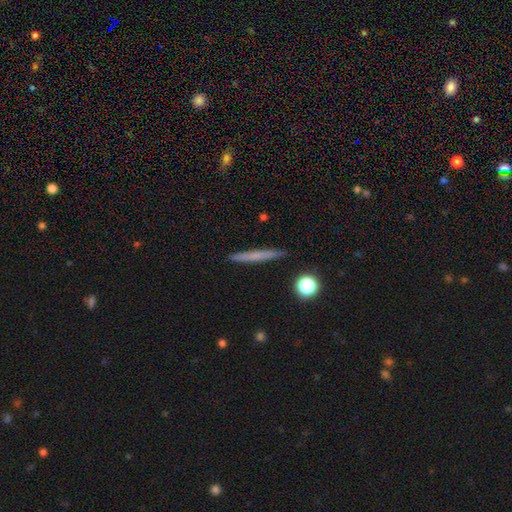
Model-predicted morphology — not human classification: This is possibly a smooth galaxy (59%). How rounded: clearly cigar-shaped (95%). Merging: clearly none (91%).